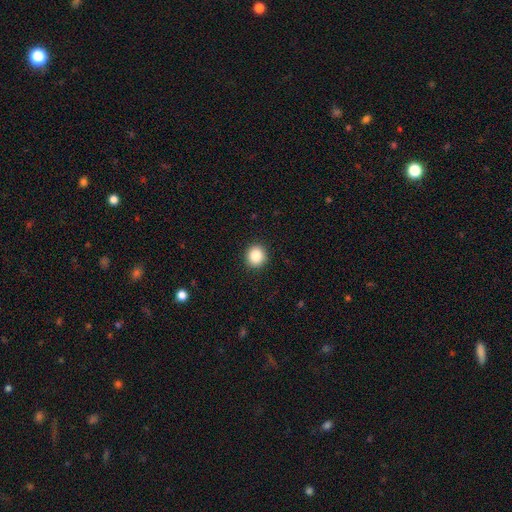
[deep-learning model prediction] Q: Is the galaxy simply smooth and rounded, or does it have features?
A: smooth — 86%.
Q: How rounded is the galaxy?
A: round — 90%.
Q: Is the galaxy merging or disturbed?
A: none — 92%.